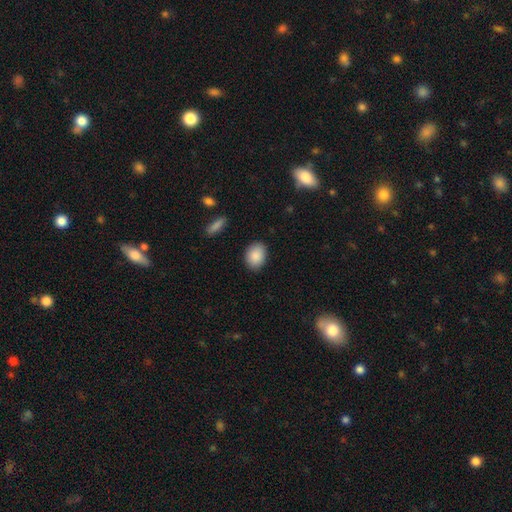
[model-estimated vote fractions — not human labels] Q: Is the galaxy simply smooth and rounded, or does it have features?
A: smooth — 89%.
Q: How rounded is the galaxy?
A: in between — 75%.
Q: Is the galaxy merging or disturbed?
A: none — 87%.